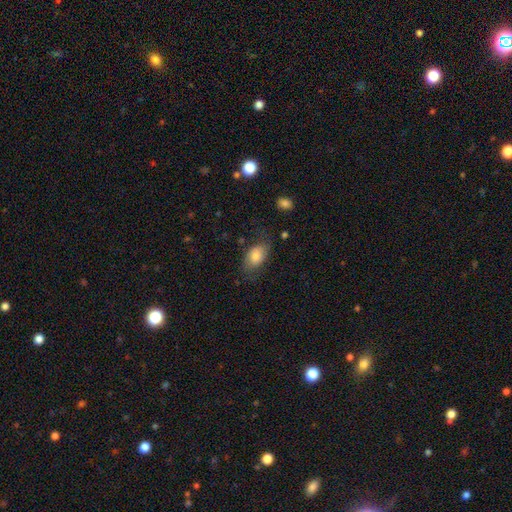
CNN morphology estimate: smooth_or_featured: smooth (p=0.75) [alt: featured or disk p=0.18]
how_rounded: in between (p=0.87) [alt: round p=0.12]
merging: none (p=0.61) [alt: minor disturbance p=0.25]